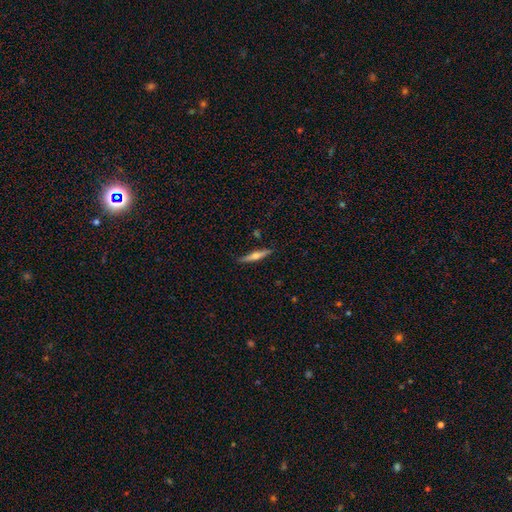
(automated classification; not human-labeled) featured or disk 58%, smooth 36%, star or artifact 6%. Down the decision tree: edge-on disk — yes (97%); edge-on bulge — rounded (90%); merging — none (88%).